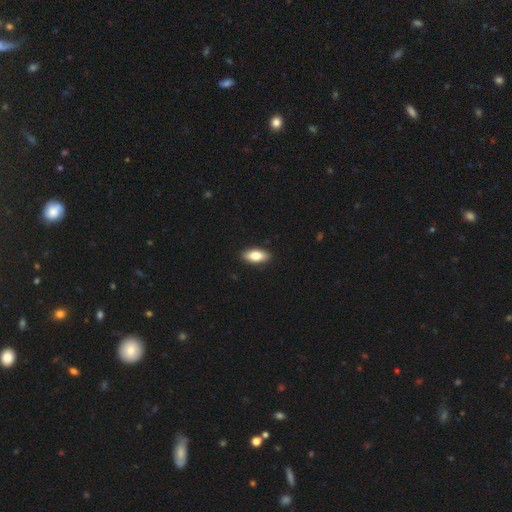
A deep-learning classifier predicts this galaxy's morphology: A smooth galaxy with no disk features (79%) that is in between round and cigar-shaped (86%).

Vote fractions:
- Smooth or featured? smooth: 79% / featured or disk: 15% / star or artifact: 6%
- How rounded? in between: 86% / cigar-shaped: 11% / round: 3%
- Merging? none: 90% / minor disturbance: 7% / major disturbance: 2% / merger: 1%